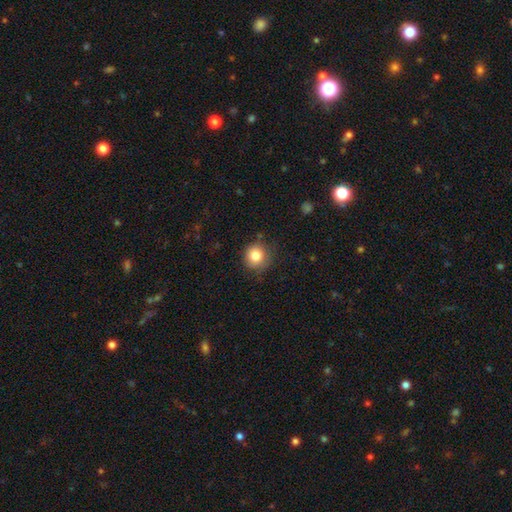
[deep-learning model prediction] Smooth or featured?
  - smooth: 82% *
  - star or artifact: 11%
  - featured or disk: 7%
How rounded?
  - round: 90% *
  - in between: 9%
  - cigar-shaped: 1%
Merging?
  - none: 80% *
  - minor disturbance: 15%
  - major disturbance: 4%
  - merger: 2%